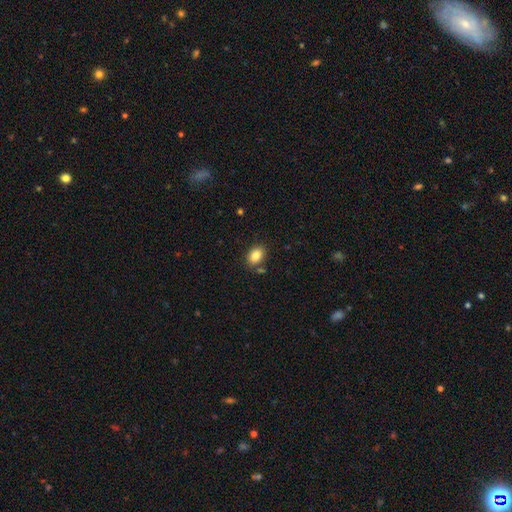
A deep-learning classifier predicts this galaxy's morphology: The model was most divided on "how rounded": in between: 78%, round: 21%, cigar-shaped: 1%. More confident: smooth or featured — smooth (84%); merging — none (79%).